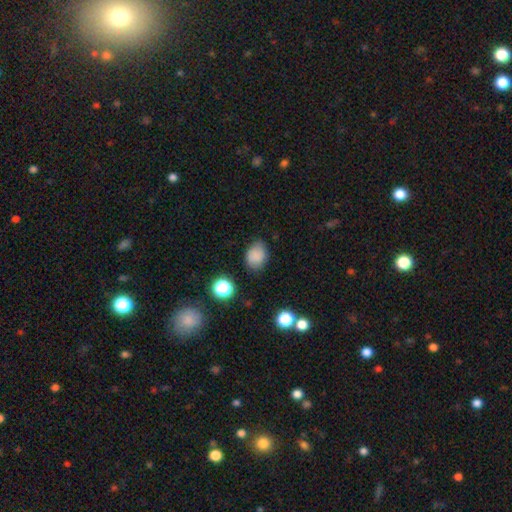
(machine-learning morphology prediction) A smooth galaxy with no disk features (83%) that is in between round and cigar-shaped (58%). Merging: none (74%).